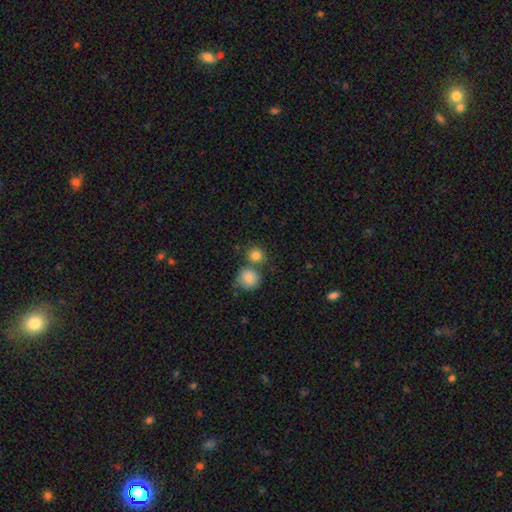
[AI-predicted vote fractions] A smooth galaxy with no disk features (83%) that is round (87%). Merging: none (56%).